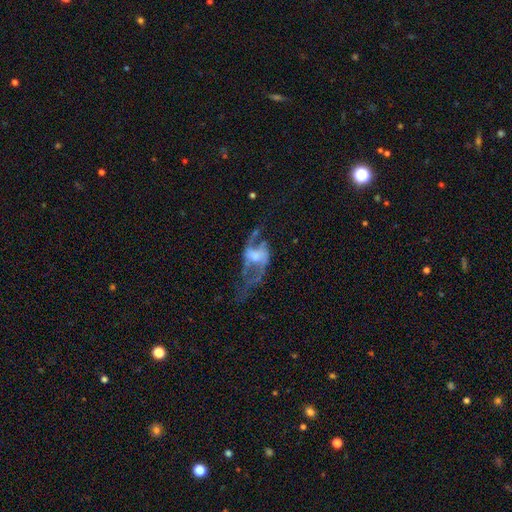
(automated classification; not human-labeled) Q: Smooth or featured?
A: featured or disk (76%); runner-up: smooth (15%)
Q: Edge-on disk?
A: no (95%); runner-up: yes (5%)
Q: Bar?
A: no (45%); runner-up: weak (37%)
Q: Spiral arms?
A: yes (79%); runner-up: no (21%)
Q: Spiral winding?
A: loose (73%); runner-up: medium (22%)
Q: Spiral arm count?
A: 2 (84%); runner-up: can't tell (6%)
Q: Bulge size?
A: moderate (33%); runner-up: small (26%)
Q: Merging?
A: major disturbance (44%); runner-up: none (34%)